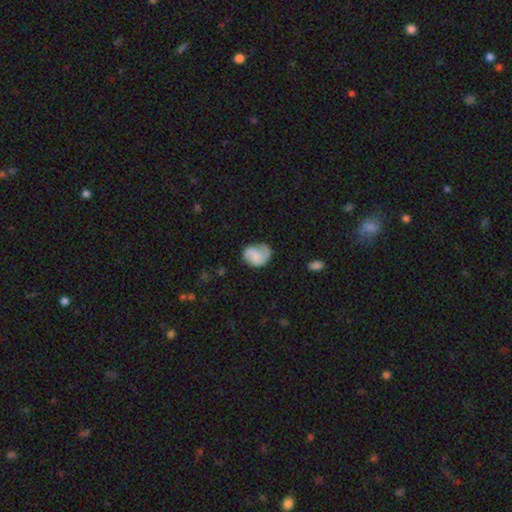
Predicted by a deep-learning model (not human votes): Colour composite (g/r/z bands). It shows a featured or disk galaxy (51%). Merging: none (56%).